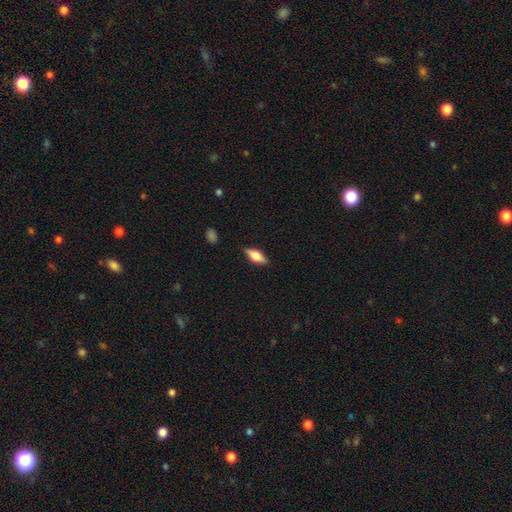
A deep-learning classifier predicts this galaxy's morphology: Smooth or featured? Predicted: smooth (p=0.62). How rounded? Predicted: in between (p=0.71). Merging? Predicted: none (p=0.84).